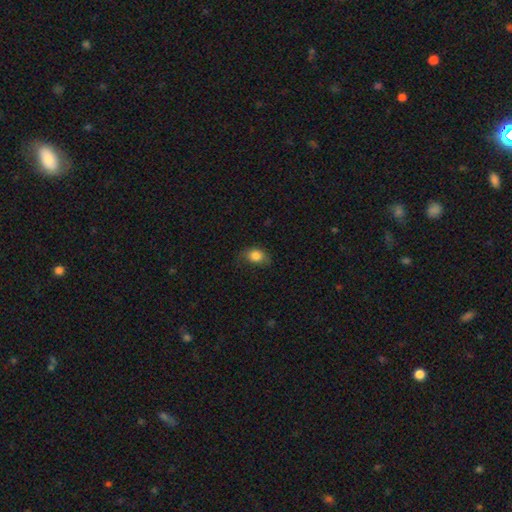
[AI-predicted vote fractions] Smooth or featured?
  - smooth: 83% *
  - star or artifact: 9%
  - featured or disk: 7%
How rounded?
  - in between: 65% *
  - round: 34%
  - cigar-shaped: 1%
Merging?
  - none: 63% *
  - minor disturbance: 27%
  - major disturbance: 8%
  - merger: 1%